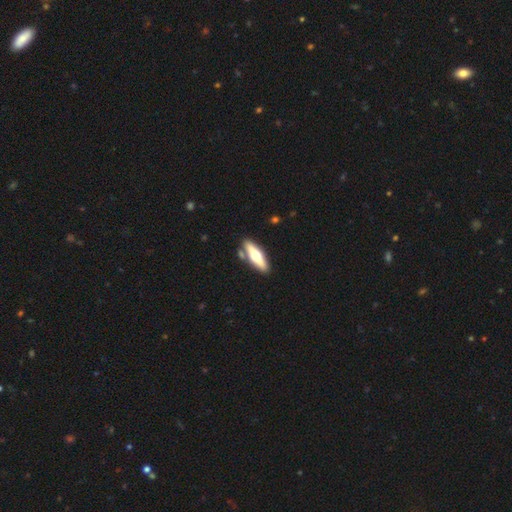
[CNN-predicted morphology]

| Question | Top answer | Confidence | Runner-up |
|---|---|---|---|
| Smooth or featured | featured or disk | 53% | smooth (42%) |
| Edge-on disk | yes | 90% | no (10%) |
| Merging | none | 82% | minor disturbance (9%) |